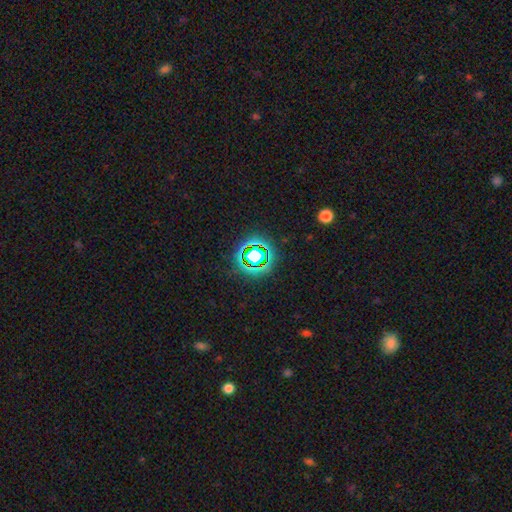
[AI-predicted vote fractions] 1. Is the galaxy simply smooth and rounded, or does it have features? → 64% star or artifact, 24% smooth, 12% featured or disk.